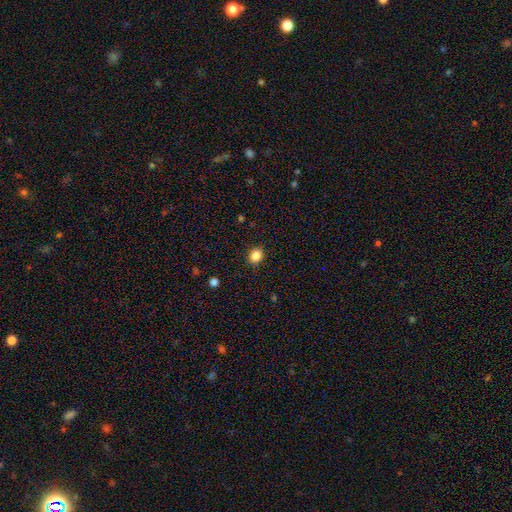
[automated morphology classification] This appears to be a smooth galaxy with no disk features (87%) that is round (58%). Merging: none (88%).